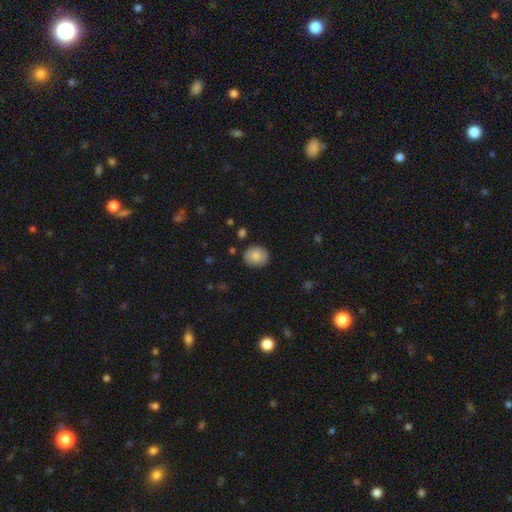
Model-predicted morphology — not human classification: This is clearly a smooth galaxy (85%). How rounded: likely round (68%). Merging: clearly none (85%).